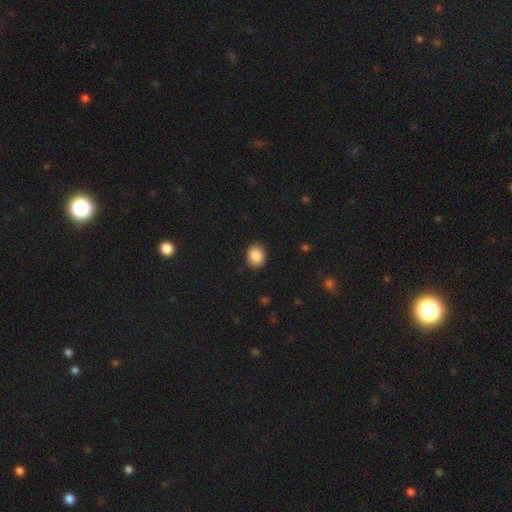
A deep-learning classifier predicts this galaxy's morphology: A smooth galaxy with no disk features (88%) that is round (59%). Merging: none (89%).